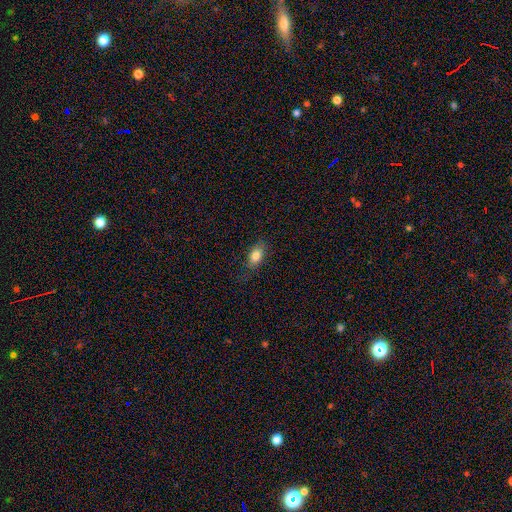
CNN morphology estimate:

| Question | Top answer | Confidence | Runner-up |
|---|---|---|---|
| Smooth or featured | smooth | 82% | featured or disk (10%) |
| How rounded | in between | 86% | round (10%) |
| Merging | none | 78% | minor disturbance (16%) |